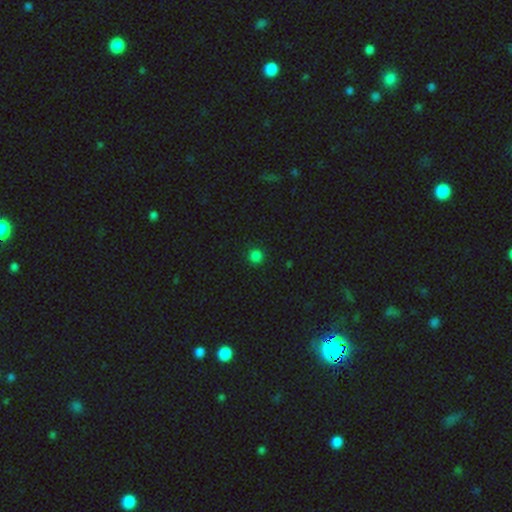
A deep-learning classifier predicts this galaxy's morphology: Smooth or featured?
  - smooth: 82% *
  - star or artifact: 16%
  - featured or disk: 3%
How rounded?
  - round: 95% *
  - in between: 4%
  - cigar-shaped: 1%
Merging?
  - none: 91% *
  - minor disturbance: 6%
  - major disturbance: 2%
  - merger: 1%